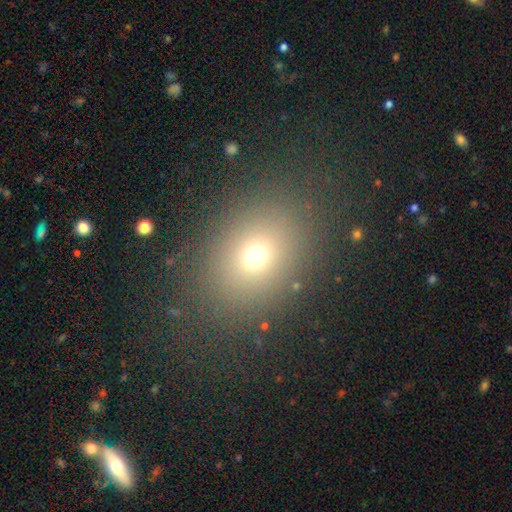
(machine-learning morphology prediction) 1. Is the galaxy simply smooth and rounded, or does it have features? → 69% smooth, 20% star or artifact, 11% featured or disk.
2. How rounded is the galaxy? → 52% in between, 47% round, 1% cigar-shaped.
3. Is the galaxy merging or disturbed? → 83% none, 9% minor disturbance, 6% major disturbance, 2% merger.